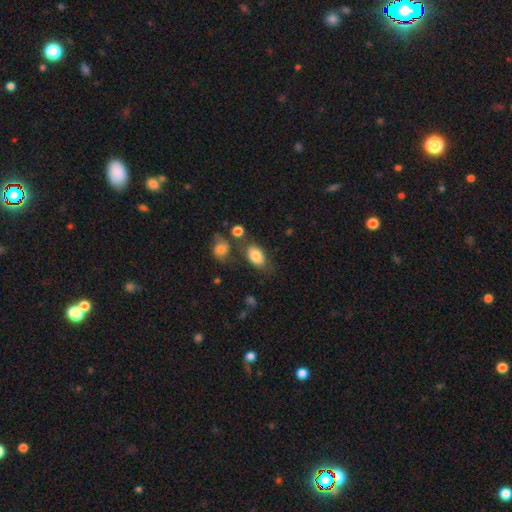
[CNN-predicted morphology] smooth 81%, featured or disk 12%, star or artifact 7%. Down the decision tree: how rounded — in between (89%); merging — none (62%).